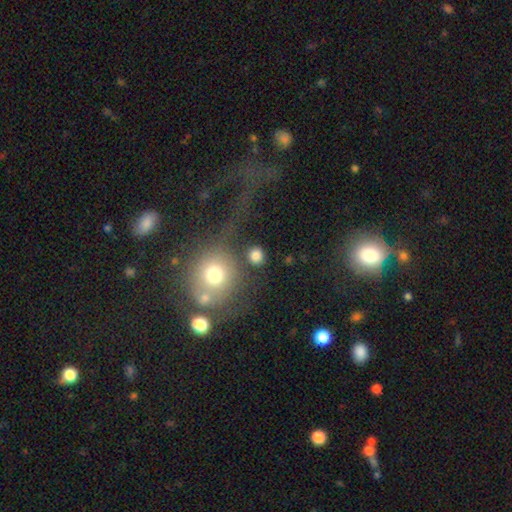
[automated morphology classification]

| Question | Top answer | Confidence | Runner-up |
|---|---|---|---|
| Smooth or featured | smooth | 82% | star or artifact (10%) |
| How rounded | round | 86% | in between (12%) |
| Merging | none | 73% | merger (11%) |